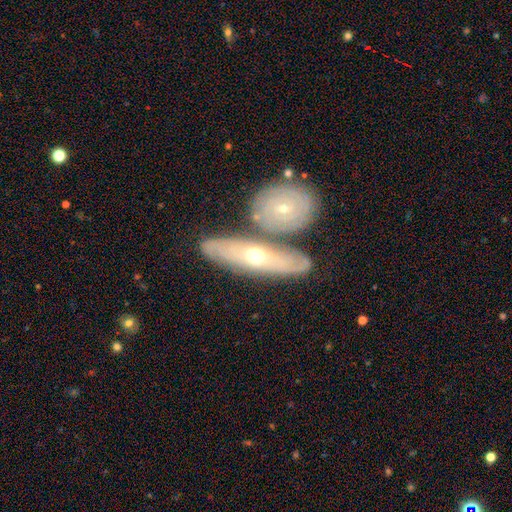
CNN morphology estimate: Q: Smooth or featured?
A: featured or disk (65%); runner-up: smooth (30%)
Q: Edge-on disk?
A: no (54%); runner-up: yes (46%)
Q: Merging?
A: none (69%); runner-up: merger (17%)